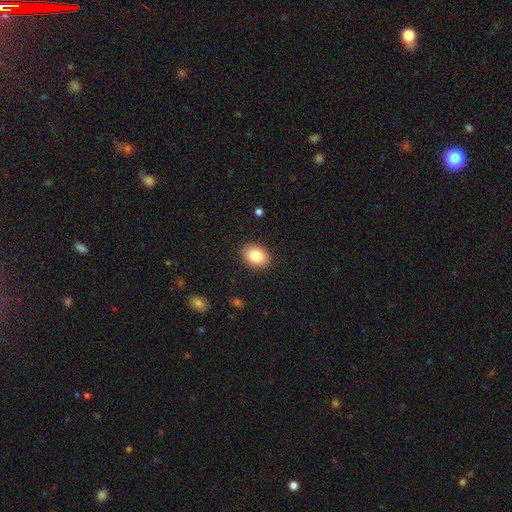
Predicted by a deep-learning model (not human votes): A smooth galaxy with no disk features (84%) that is in between round and cigar-shaped (70%). Merging: none (89%).